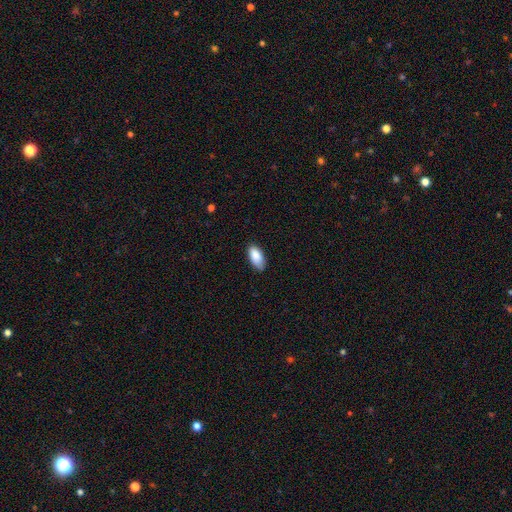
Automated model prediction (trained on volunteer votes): smooth-or-featured: smooth: 88% | star or artifact: 7% | featured or disk: 5%
  how-rounded: in between: 92% | cigar-shaped: 6% | round: 2%
  merging: none: 77% | minor disturbance: 19% | major disturbance: 3% | merger: 1%